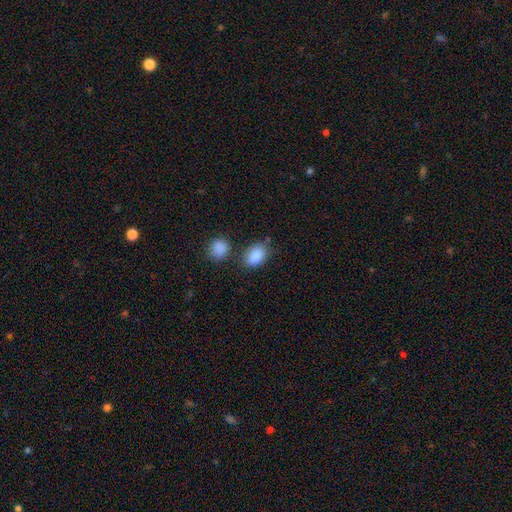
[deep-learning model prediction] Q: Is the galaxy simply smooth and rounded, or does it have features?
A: smooth — 88%.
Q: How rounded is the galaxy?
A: in between — 85%.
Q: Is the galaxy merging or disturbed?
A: none — 67%.